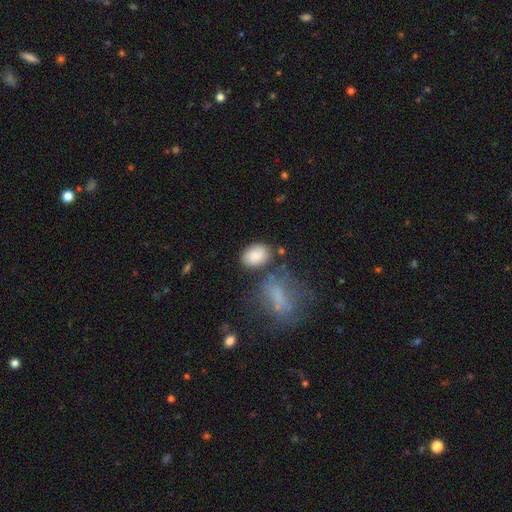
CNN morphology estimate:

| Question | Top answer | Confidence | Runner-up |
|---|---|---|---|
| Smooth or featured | smooth | 82% | featured or disk (10%) |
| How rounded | in between | 79% | round (20%) |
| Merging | none | 65% | minor disturbance (19%) |